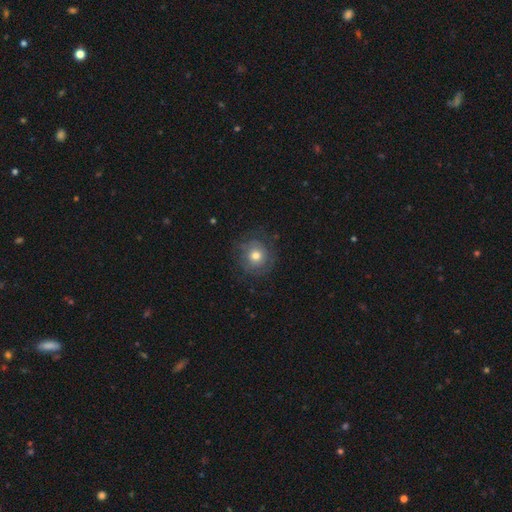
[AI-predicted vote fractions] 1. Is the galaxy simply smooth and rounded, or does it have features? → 60% smooth, 29% featured or disk, 11% star or artifact.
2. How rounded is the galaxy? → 91% round, 8% in between, 1% cigar-shaped.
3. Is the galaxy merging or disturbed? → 76% none, 15% minor disturbance, 8% major disturbance, 1% merger.